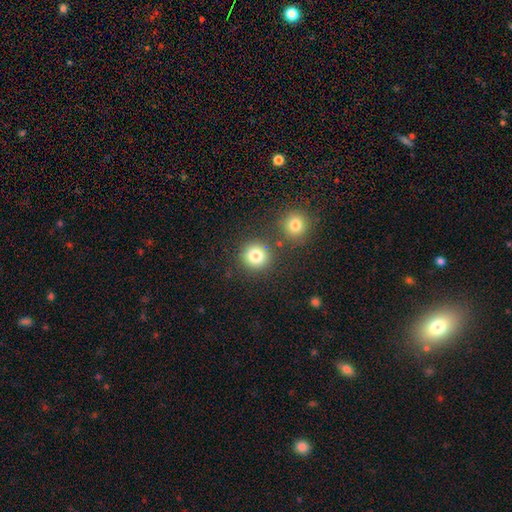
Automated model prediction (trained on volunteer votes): smooth 82%, star or artifact 12%, featured or disk 6%. Down the decision tree: how rounded — round (92%); merging — none (81%).